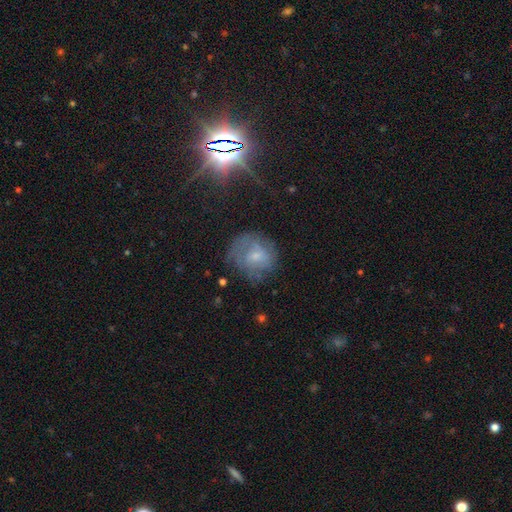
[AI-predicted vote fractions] Smooth or featured? featured or disk (47%)
Merging? none (61%)